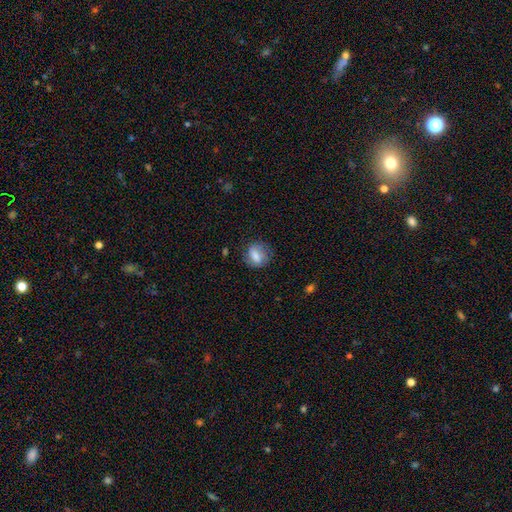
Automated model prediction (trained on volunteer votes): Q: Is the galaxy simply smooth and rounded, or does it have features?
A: smooth — 70%.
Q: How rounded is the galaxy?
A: round — 56%.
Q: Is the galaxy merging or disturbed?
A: none — 66%.